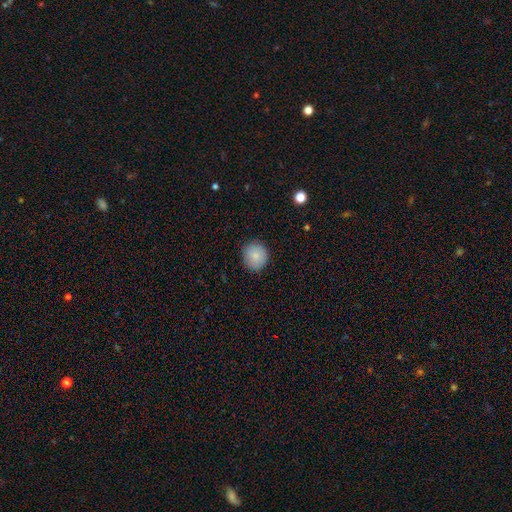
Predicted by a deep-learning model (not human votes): This appears to be a smooth galaxy with no disk features (86%) that is round (85%). Merging: none (89%).